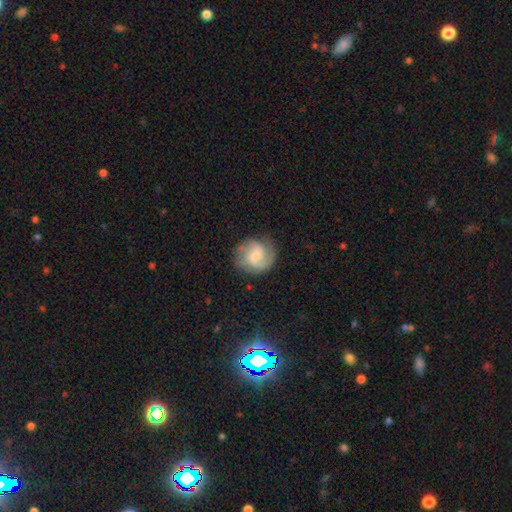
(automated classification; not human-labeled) Smooth or featured? Predicted: featured or disk (p=0.66). Edge-on disk? Predicted: no (p=0.98). Bar? Predicted: weak (p=0.48). Spiral arms? Predicted: yes (p=0.94). Spiral winding? Predicted: medium (p=0.48). Spiral arm count? Predicted: 2 (p=0.70). Bulge size? Predicted: small (p=0.47). Merging? Predicted: none (p=0.77).